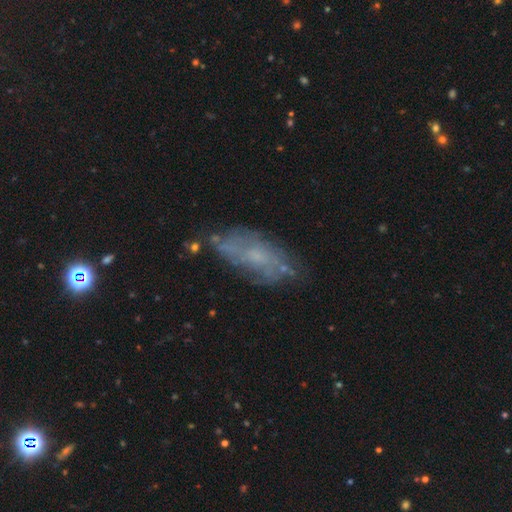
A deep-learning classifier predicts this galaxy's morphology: This is possibly a featured or disk galaxy (55%). It is clearly not viewed edge-on (86%). Merging: likely none (66%).